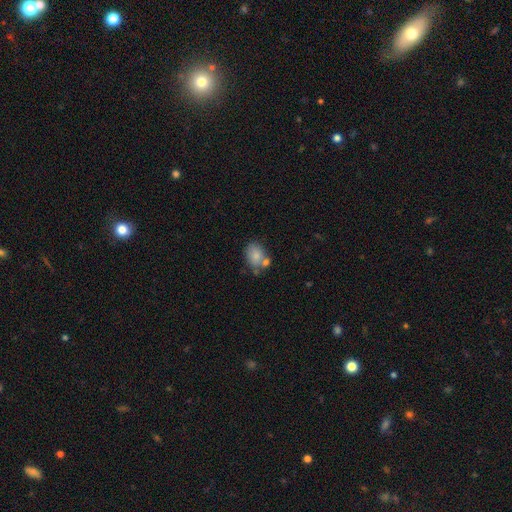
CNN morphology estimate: smooth_or_featured: smooth (p=0.80) [alt: featured or disk p=0.11]
how_rounded: in between (p=0.67) [alt: round p=0.32]
merging: none (p=0.48) [alt: merger p=0.28]